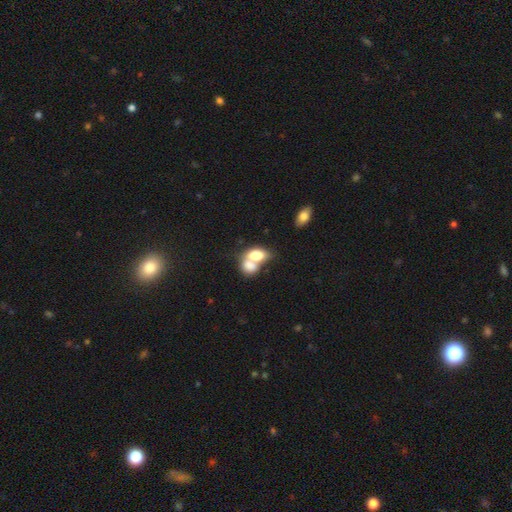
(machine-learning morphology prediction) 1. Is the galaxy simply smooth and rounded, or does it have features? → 74% smooth, 18% featured or disk, 8% star or artifact.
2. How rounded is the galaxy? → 84% in between, 15% round, 2% cigar-shaped.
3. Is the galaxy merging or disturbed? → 71% merger, 17% none, 7% minor disturbance, 5% major disturbance.